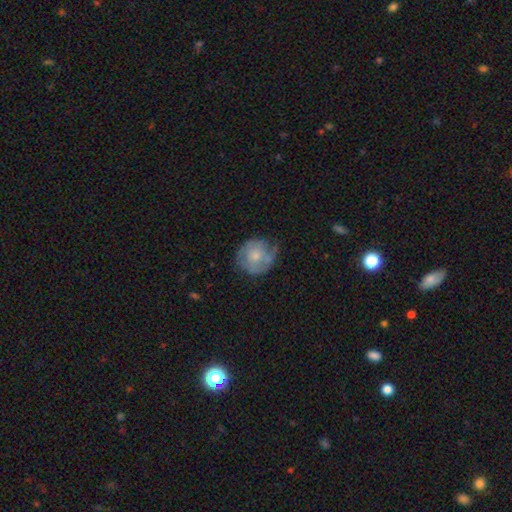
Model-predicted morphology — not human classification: smooth 47%, featured or disk 46%, star or artifact 7%. Down the decision tree: merging — none (56%).